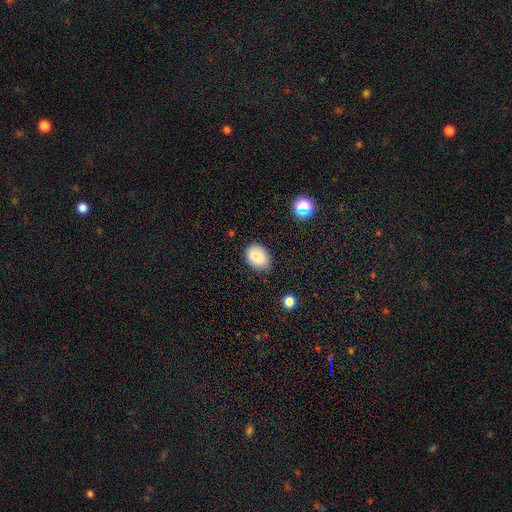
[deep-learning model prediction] A smooth galaxy with no disk features (85%) that is in between round and cigar-shaped (67%).

Vote fractions:
- Smooth or featured? smooth: 85% / star or artifact: 9% / featured or disk: 6%
- How rounded? in between: 67% / round: 32% / cigar-shaped: 1%
- Merging? none: 77% / minor disturbance: 19% / major disturbance: 3% / merger: 2%